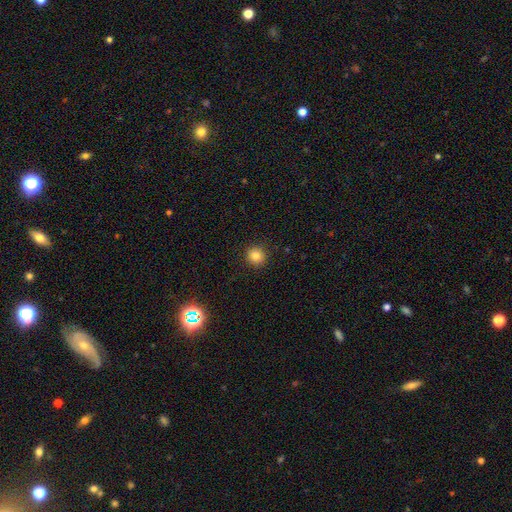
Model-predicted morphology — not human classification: type=smooth (83%); roundness=round (92%); merging=none (92%).